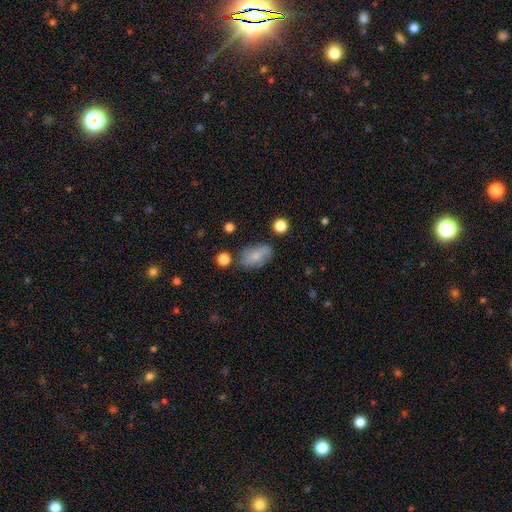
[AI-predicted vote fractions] Smooth or featured: smooth — 68% (featured or disk — 23%)
How rounded: in between — 87% (round — 9%)
Merging: none — 66% (minor disturbance — 22%)